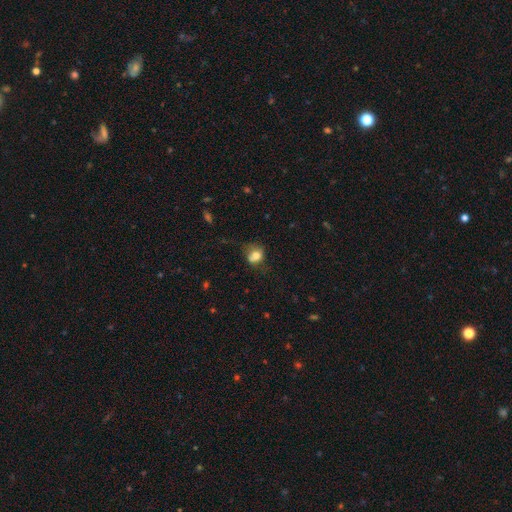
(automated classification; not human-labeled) Morphology: type=smooth (74%); roundness=round (56%); merging=none (47%).